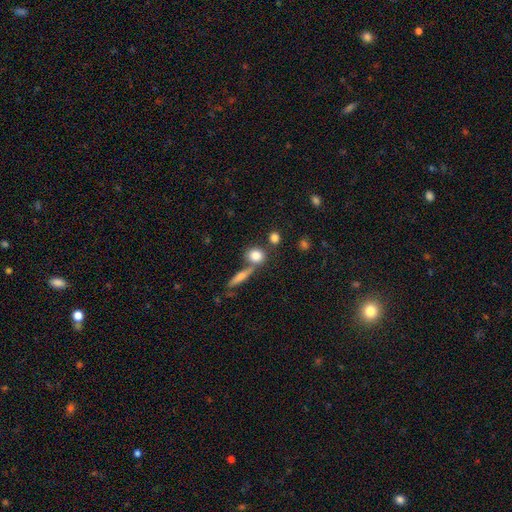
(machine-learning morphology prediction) This appears to be a smooth galaxy with no disk features (81%) that is round (71%). Merging: none (61%).